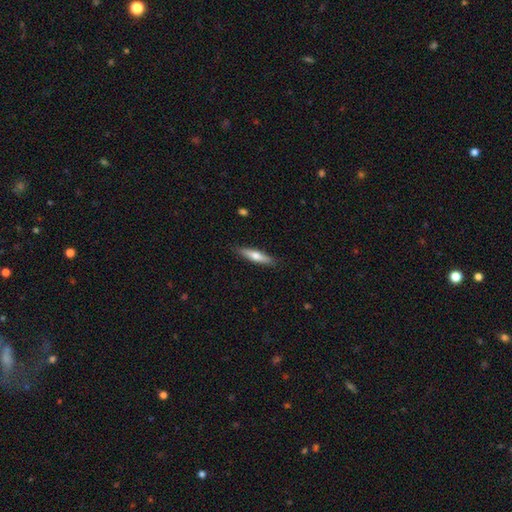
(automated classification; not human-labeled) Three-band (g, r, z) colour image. It shows a smooth galaxy with no disk features (58%) that is cigar-shaped (81%). Merging: none (88%).